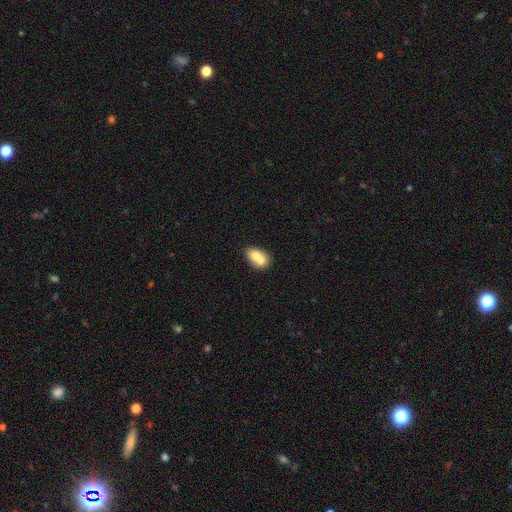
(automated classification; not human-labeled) smooth_or_featured: smooth (p=0.67) [alt: featured or disk p=0.25]
how_rounded: in between (p=0.66) [alt: round p=0.33]
merging: merger (p=0.65) [alt: none p=0.25]